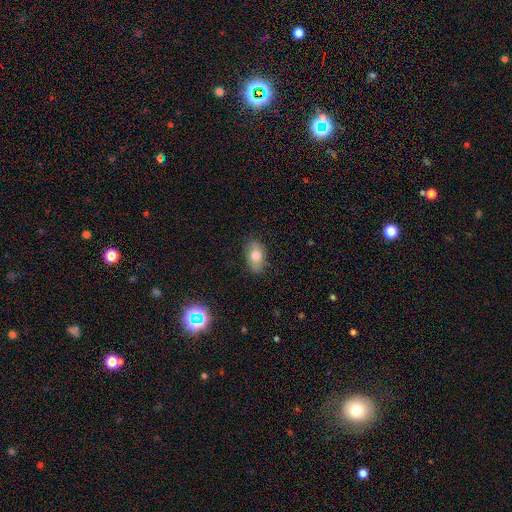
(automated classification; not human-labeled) The model was most divided on "smooth or featured": smooth: 70%, featured or disk: 22%, star or artifact: 8%. More confident: how rounded — in between (86%); merging — none (81%).